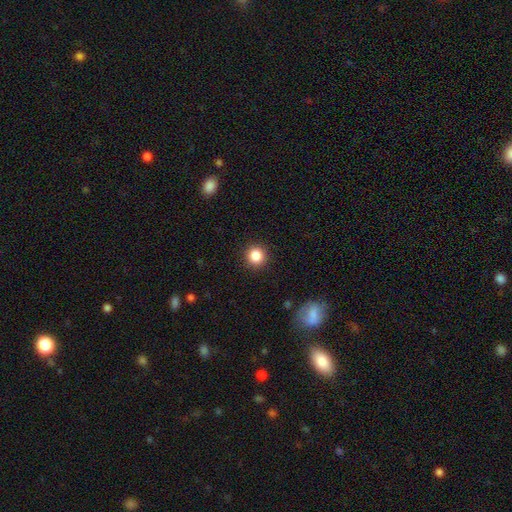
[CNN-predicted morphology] type=smooth (85%); roundness=round (93%); merging=none (92%).